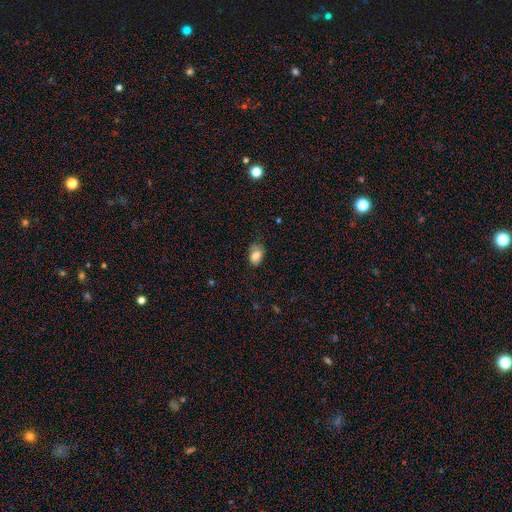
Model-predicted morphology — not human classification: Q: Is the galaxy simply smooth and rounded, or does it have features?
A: smooth — 78%.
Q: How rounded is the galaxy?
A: in between — 80%.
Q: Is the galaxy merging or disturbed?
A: none — 59%.